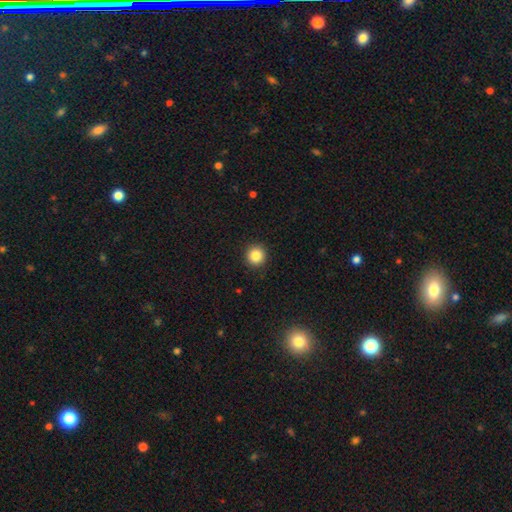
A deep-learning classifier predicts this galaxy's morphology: A smooth galaxy with no disk features (85%) that is round (95%).

Vote fractions:
- Smooth or featured? smooth: 85% / star or artifact: 10% / featured or disk: 5%
- How rounded? round: 95% / in between: 4% / cigar-shaped: 1%
- Merging? none: 93% / minor disturbance: 5% / major disturbance: 2% / merger: 1%